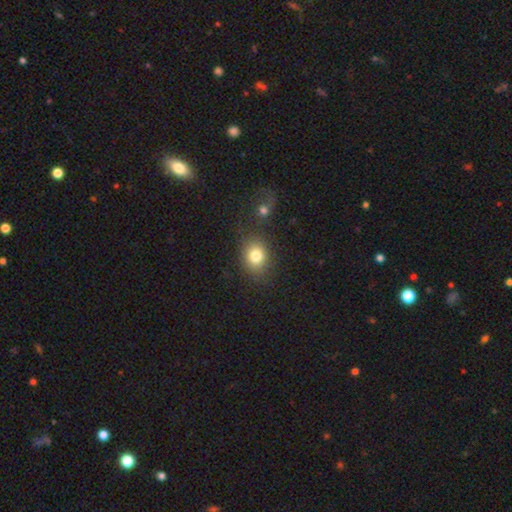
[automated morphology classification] smooth 80%, star or artifact 11%, featured or disk 9%. Down the decision tree: how rounded — round (55%); merging — none (74%).